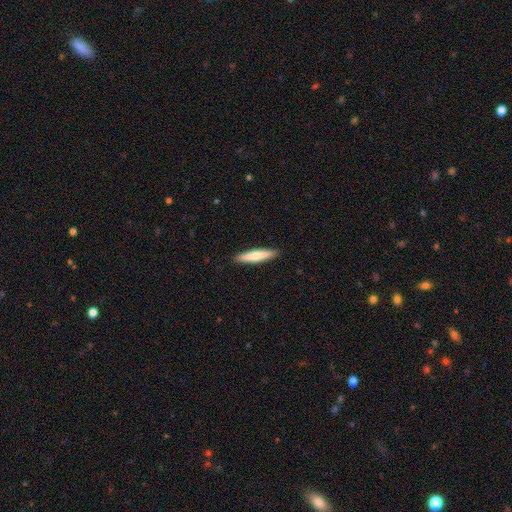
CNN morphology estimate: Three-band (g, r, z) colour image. It shows a smooth galaxy with no disk features (67%) that is cigar-shaped (88%). Merging: none (91%).